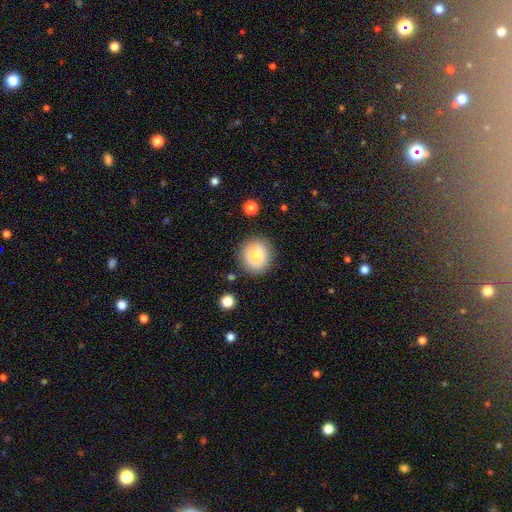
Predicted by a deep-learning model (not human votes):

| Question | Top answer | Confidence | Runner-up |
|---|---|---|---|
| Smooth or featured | smooth | 79% | featured or disk (12%) |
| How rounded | round | 88% | in between (11%) |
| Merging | none | 86% | minor disturbance (9%) |